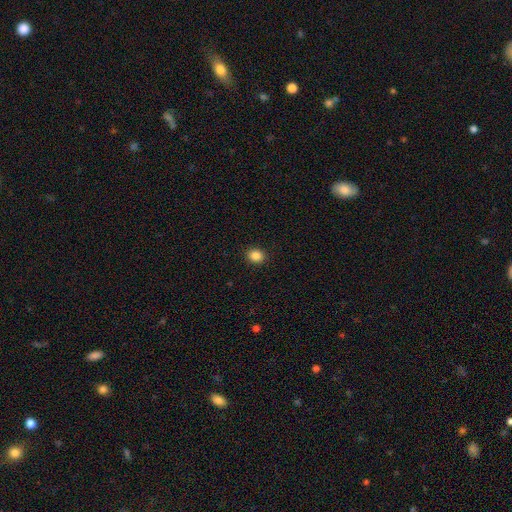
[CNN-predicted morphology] The model was most divided on "how rounded": round: 70%, in between: 29%, cigar-shaped: 1%. More confident: merging — none (92%); smooth or featured — smooth (86%).